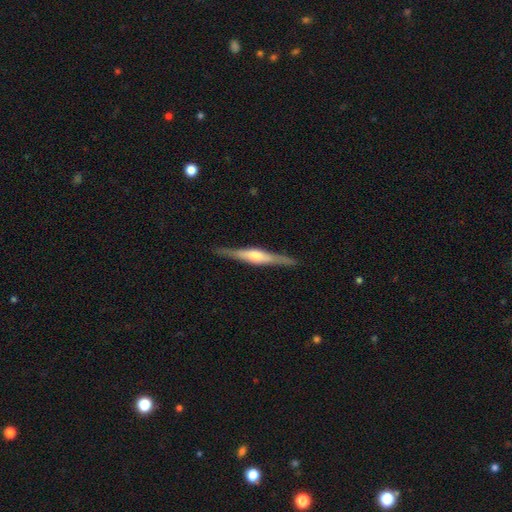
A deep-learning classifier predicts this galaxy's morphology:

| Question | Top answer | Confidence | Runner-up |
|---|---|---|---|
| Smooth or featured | featured or disk | 72% | smooth (22%) |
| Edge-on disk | yes | 97% | no (3%) |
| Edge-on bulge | rounded | 74% | boxy (20%) |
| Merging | none | 89% | minor disturbance (8%) |